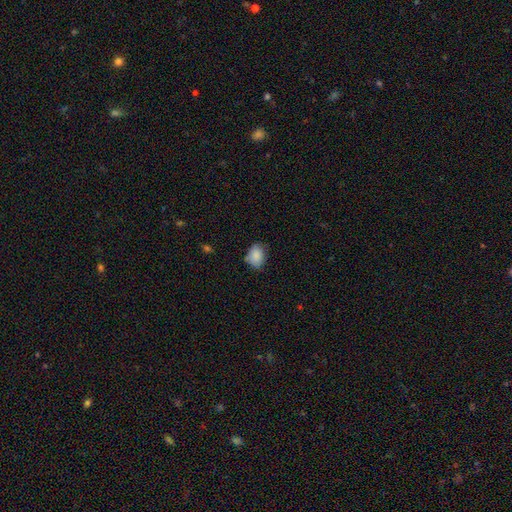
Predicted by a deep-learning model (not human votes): Q: Smooth or featured?
A: smooth (87%); runner-up: star or artifact (8%)
Q: How rounded?
A: in between (72%); runner-up: round (27%)
Q: Merging?
A: none (69%); runner-up: minor disturbance (25%)